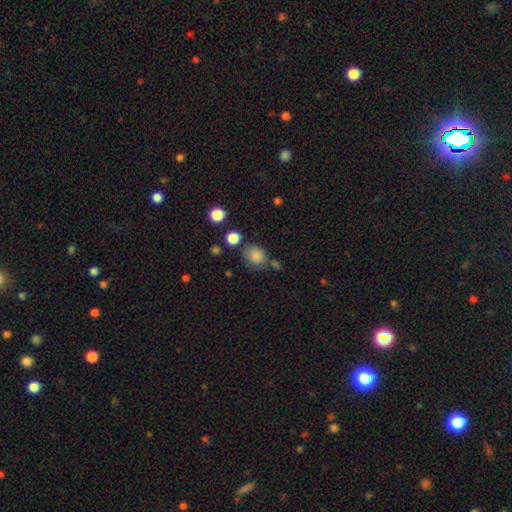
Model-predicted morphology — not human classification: Smooth or featured: smooth — 84% (star or artifact — 11%)
How rounded: round — 65% (in between — 34%)
Merging: none — 68% (minor disturbance — 17%)